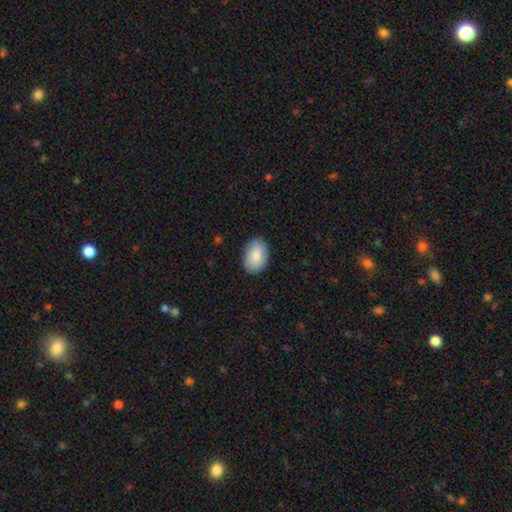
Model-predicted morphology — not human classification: Overall: smooth (85%). How rounded: in between (89%). Merging: none (86%).